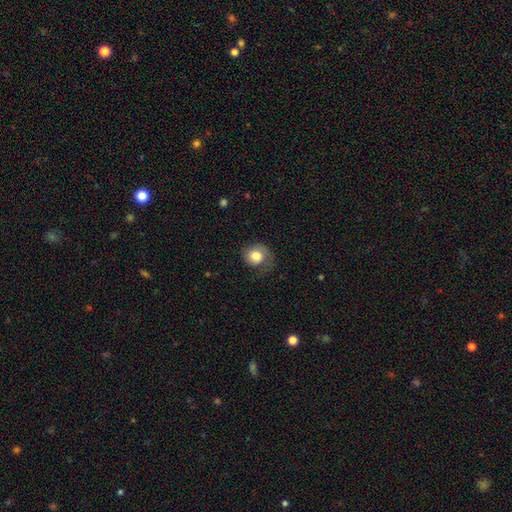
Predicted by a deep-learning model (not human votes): A smooth galaxy with no disk features (70%) that is round (74%). Merging: none (49%).